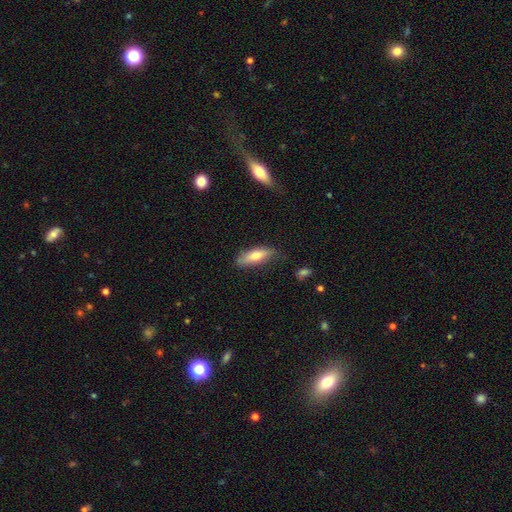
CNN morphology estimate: smooth 68%, featured or disk 26%, star or artifact 6%. Down the decision tree: how rounded — in between (53%); merging — none (75%).